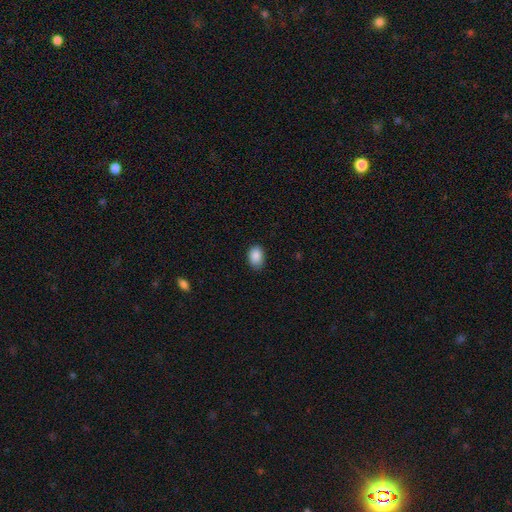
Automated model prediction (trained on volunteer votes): Smooth or featured? smooth (88%)
How rounded? in between (85%)
Merging? none (79%)